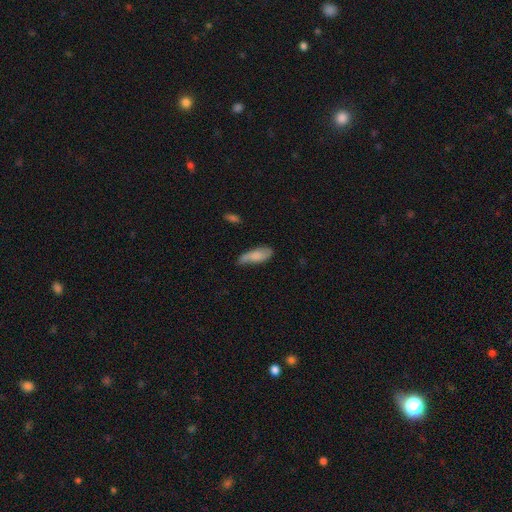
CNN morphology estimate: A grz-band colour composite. It shows a smooth galaxy with no disk features (70%) that is in between round and cigar-shaped (69%). Merging: none (56%).